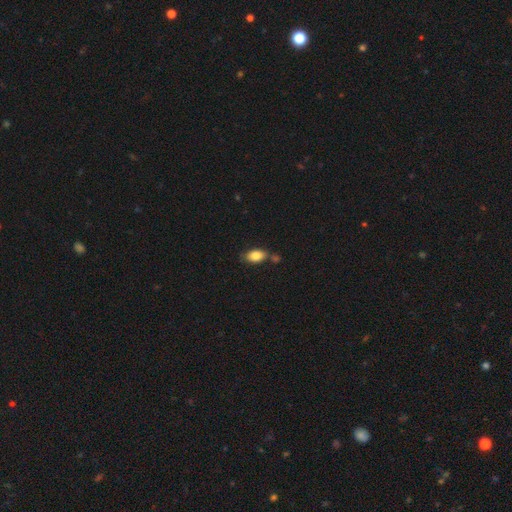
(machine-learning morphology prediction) Q: Smooth or featured?
A: smooth (84%); runner-up: featured or disk (9%)
Q: How rounded?
A: in between (90%); runner-up: round (8%)
Q: Merging?
A: none (65%); runner-up: minor disturbance (17%)